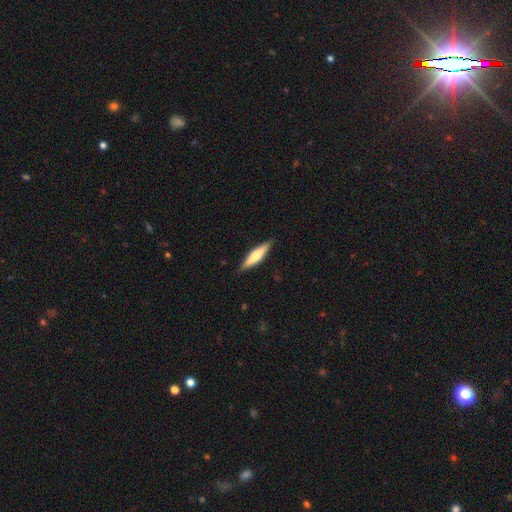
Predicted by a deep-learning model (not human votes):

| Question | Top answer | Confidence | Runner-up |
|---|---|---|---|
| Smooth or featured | featured or disk | 49% | smooth (46%) |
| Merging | none | 89% | minor disturbance (8%) |